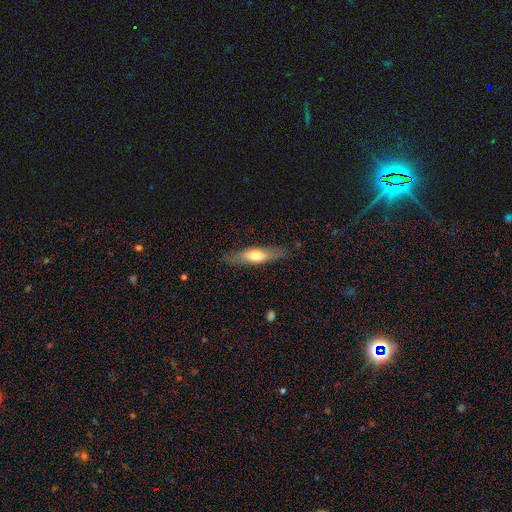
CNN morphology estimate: Smooth or featured? smooth (54%)
How rounded? cigar-shaped (63%)
Merging? none (81%)